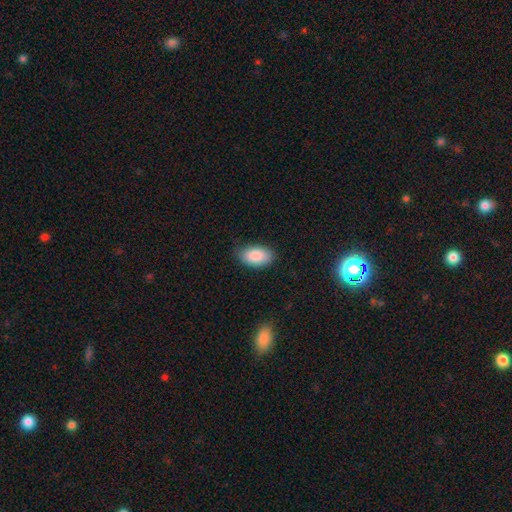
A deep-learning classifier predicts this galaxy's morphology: type=smooth (87%); roundness=in between (94%); merging=none (78%).